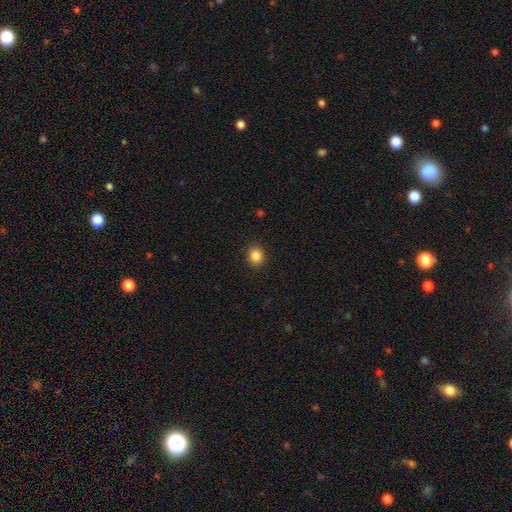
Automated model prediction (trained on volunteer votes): smooth 86%, star or artifact 10%, featured or disk 4%. Down the decision tree: how rounded — round (73%); merging — none (91%).